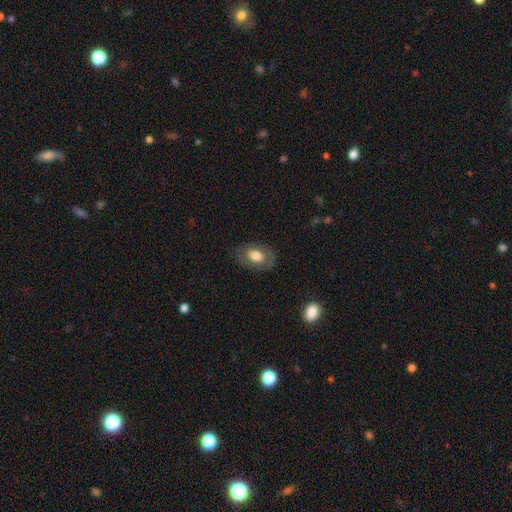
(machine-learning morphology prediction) A smooth galaxy with no disk features (63%) that is in between round and cigar-shaped (86%).

Vote fractions:
- Smooth or featured? smooth: 63% / featured or disk: 29% / star or artifact: 7%
- How rounded? in between: 86% / round: 13% / cigar-shaped: 1%
- Merging? none: 78% / minor disturbance: 15% / major disturbance: 6% / merger: 1%